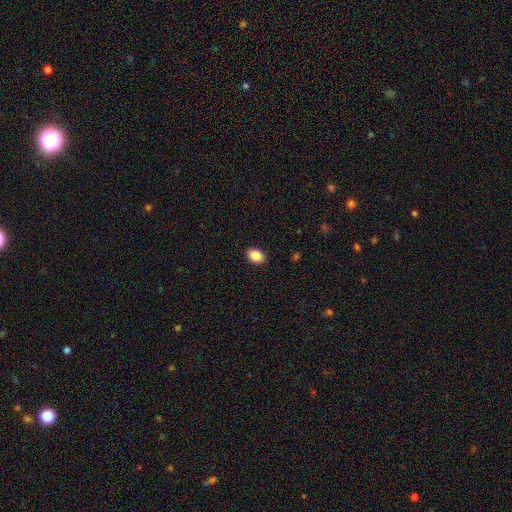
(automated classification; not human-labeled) Q: Smooth or featured?
A: smooth (87%); runner-up: star or artifact (8%)
Q: How rounded?
A: in between (78%); runner-up: round (21%)
Q: Merging?
A: none (90%); runner-up: minor disturbance (7%)